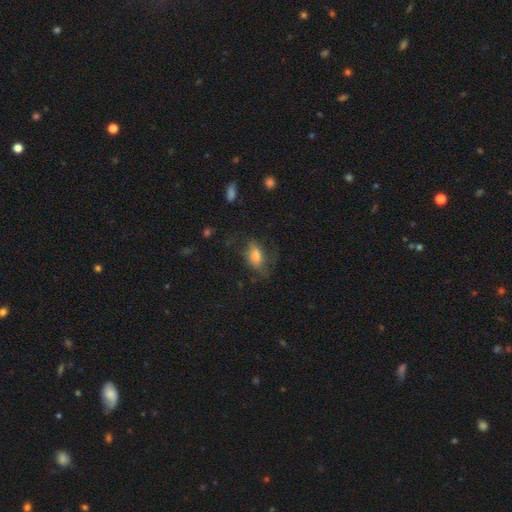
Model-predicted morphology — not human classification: smooth 65%, featured or disk 24%, star or artifact 11%. Down the decision tree: how rounded — in between (85%); merging — none (53%).